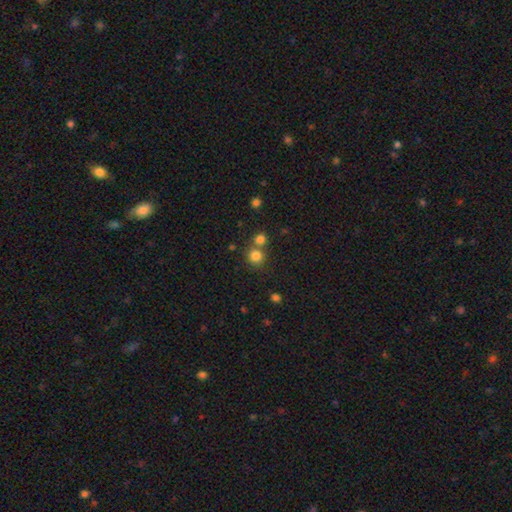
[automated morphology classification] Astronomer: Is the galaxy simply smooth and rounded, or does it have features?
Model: smooth — 81%.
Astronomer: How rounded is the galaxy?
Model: round — 90%.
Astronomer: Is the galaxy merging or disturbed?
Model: none — 63%.